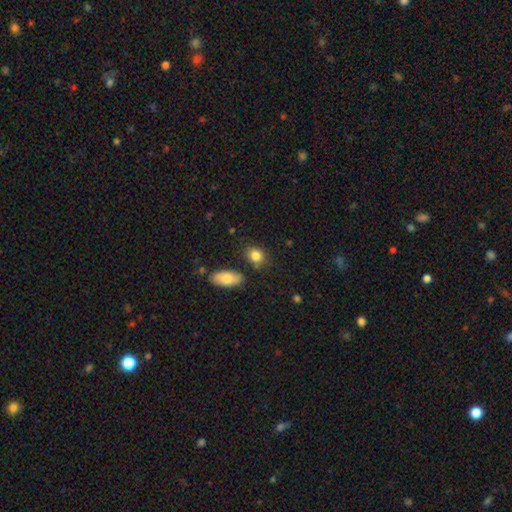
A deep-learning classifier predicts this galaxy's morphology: This is clearly a smooth galaxy (85%). How rounded: likely in between (63%). Merging: likely none (76%).